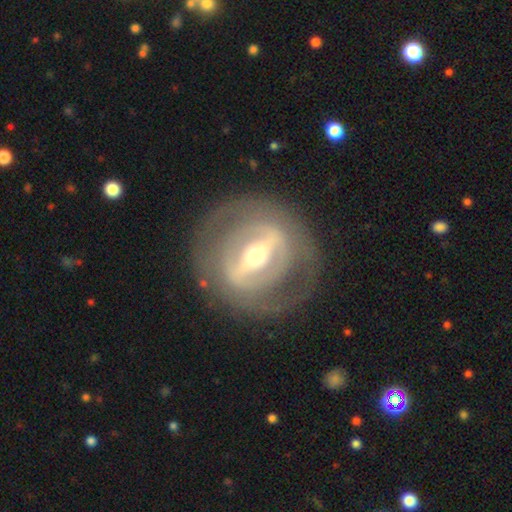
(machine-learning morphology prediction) featured or disk 82%, smooth 12%, star or artifact 5%. Down the decision tree: edge-on disk — no (86%); bar — strong (74%); spiral arms — no (55%); bulge size — moderate (58%); merging — none (81%).